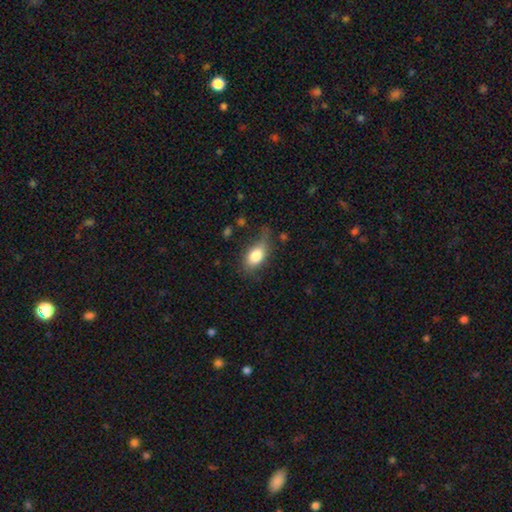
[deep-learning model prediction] The model was most divided on "merging": none: 49%, minor disturbance: 32%, major disturbance: 15%, merger: 4%. More confident: how rounded — in between (86%); smooth or featured — smooth (81%).